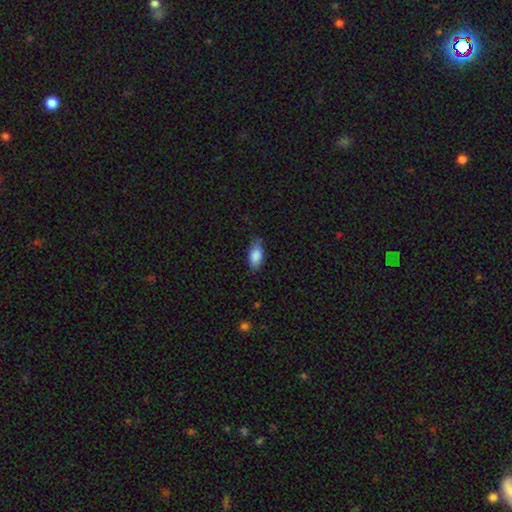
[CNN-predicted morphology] type=smooth (86%); roundness=in between (88%); merging=none (70%).